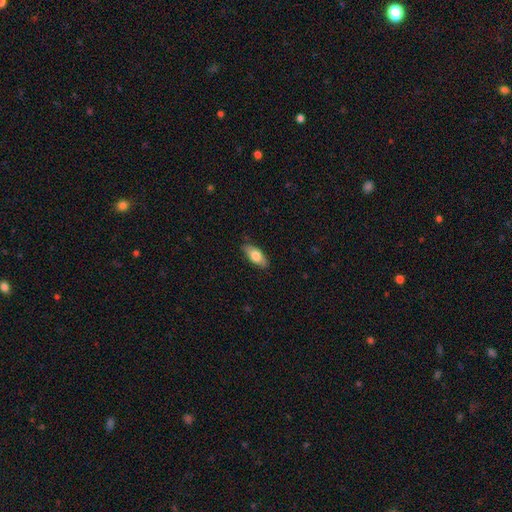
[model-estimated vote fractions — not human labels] Smooth or featured? Predicted: smooth (p=0.75). How rounded? Predicted: in between (p=0.86). Merging? Predicted: none (p=0.84).